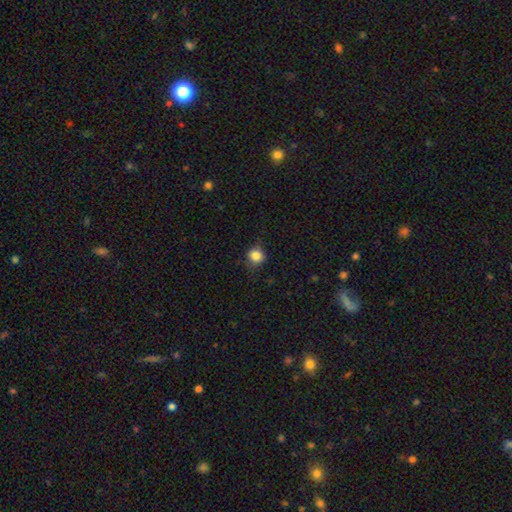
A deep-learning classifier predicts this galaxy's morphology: Smooth or featured? Predicted: smooth (p=0.84). How rounded? Predicted: round (p=0.79). Merging? Predicted: none (p=0.76).